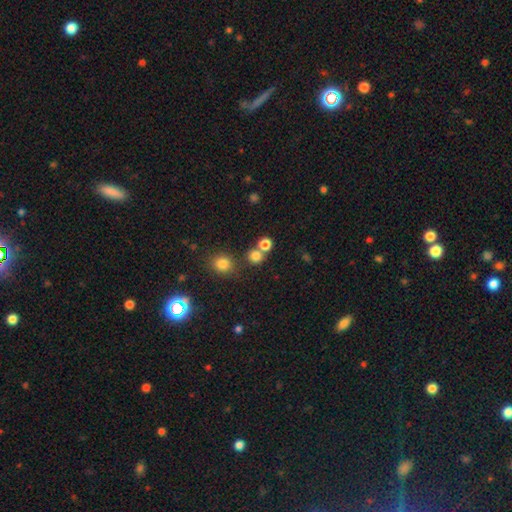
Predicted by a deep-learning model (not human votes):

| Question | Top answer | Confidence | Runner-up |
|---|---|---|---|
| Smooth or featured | smooth | 77% | star or artifact (17%) |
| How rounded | round | 86% | in between (13%) |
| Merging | none | 64% | merger (25%) |